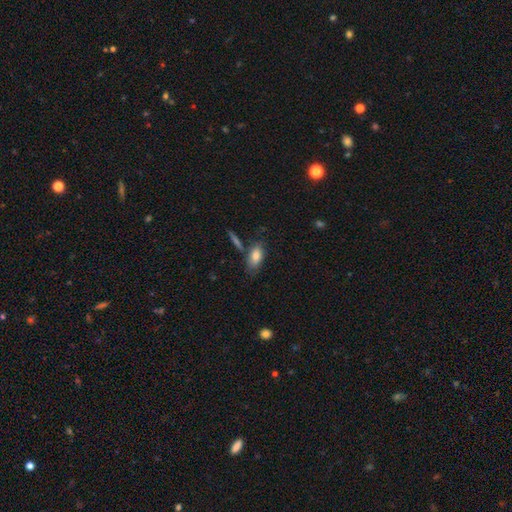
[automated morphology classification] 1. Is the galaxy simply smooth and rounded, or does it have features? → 79% smooth, 14% featured or disk, 7% star or artifact.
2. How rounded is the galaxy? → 87% in between, 9% cigar-shaped, 5% round.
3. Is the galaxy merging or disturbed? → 64% none, 19% minor disturbance, 11% merger, 5% major disturbance.